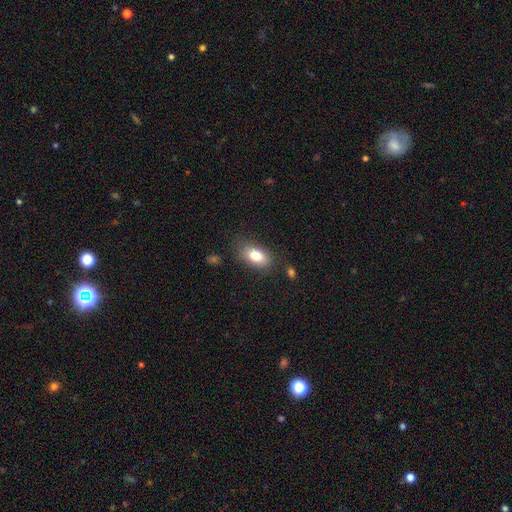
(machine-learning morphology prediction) smooth 80%, featured or disk 11%, star or artifact 8%. Down the decision tree: how rounded — in between (89%); merging — none (76%).